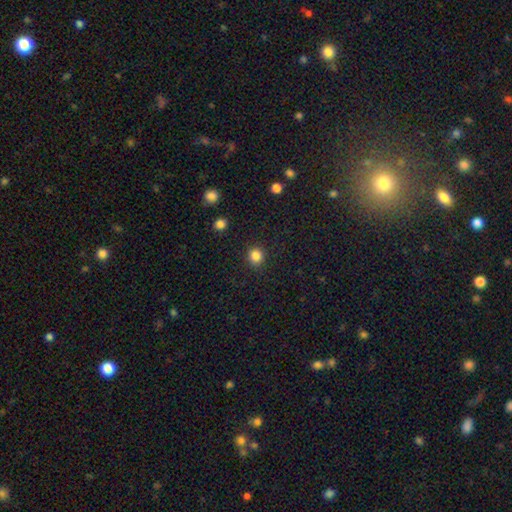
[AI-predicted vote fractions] Overall: smooth (85%). How rounded: round (88%). Merging: none (90%).